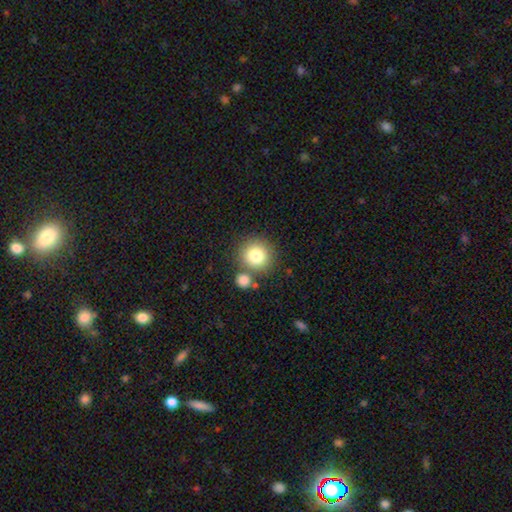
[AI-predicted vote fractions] Smooth or featured? Predicted: smooth (p=0.81). How rounded? Predicted: round (p=0.92). Merging? Predicted: none (p=0.70).